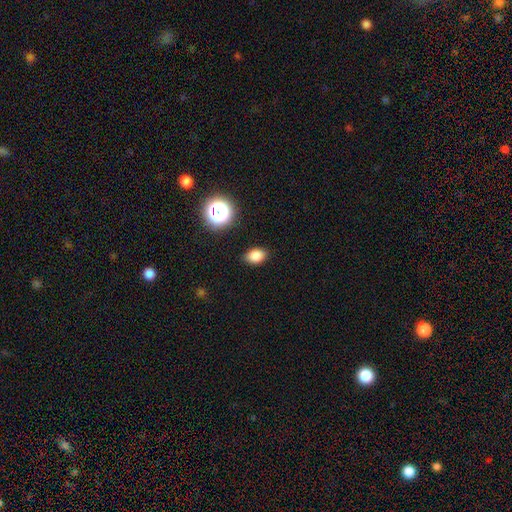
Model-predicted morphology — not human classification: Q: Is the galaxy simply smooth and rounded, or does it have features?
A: smooth — 81%.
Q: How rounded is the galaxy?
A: in between — 78%.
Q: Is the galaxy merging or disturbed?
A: none — 86%.